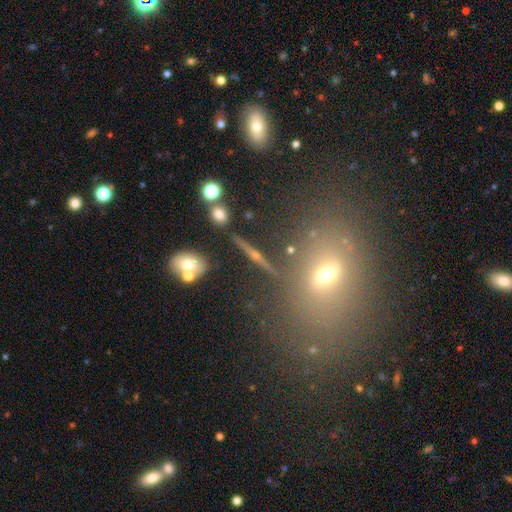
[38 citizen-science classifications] Smooth or featured?
  - featured or disk: 68% *
  - smooth: 24%
  - star or artifact: 8%
Edge-on disk?
  - yes: 96% *
  - no: 4%
Edge-on bulge?
  - rounded: 92% *
  - none: 8%
  - boxy: 0%
Merging?
  - none: 83% *
  - merger: 9%
  - minor disturbance: 6%
  - major disturbance: 3%